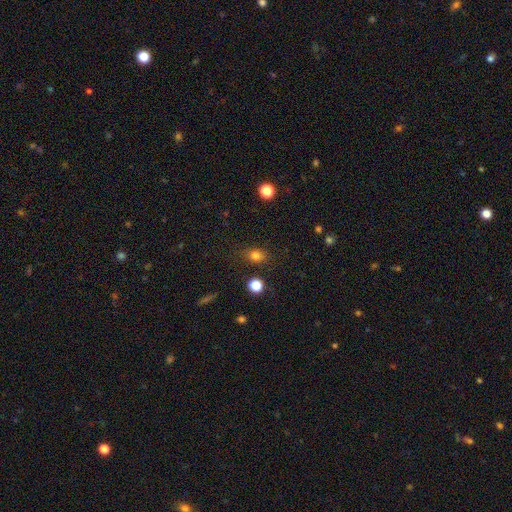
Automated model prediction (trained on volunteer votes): Smooth or featured? Predicted: smooth (p=0.80). How rounded? Predicted: in between (p=0.50). Merging? Predicted: none (p=0.82).